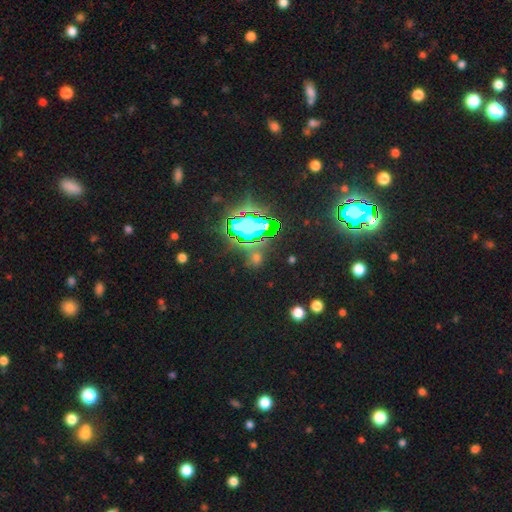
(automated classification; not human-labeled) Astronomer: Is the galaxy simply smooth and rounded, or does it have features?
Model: star or artifact — 70%.